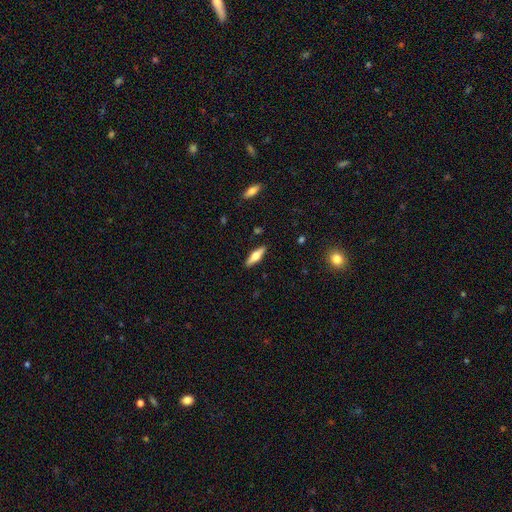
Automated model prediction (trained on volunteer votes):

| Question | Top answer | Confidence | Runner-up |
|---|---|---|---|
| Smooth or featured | smooth | 51% | featured or disk (43%) |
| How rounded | cigar-shaped | 54% | in between (43%) |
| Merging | none | 89% | minor disturbance (8%) |